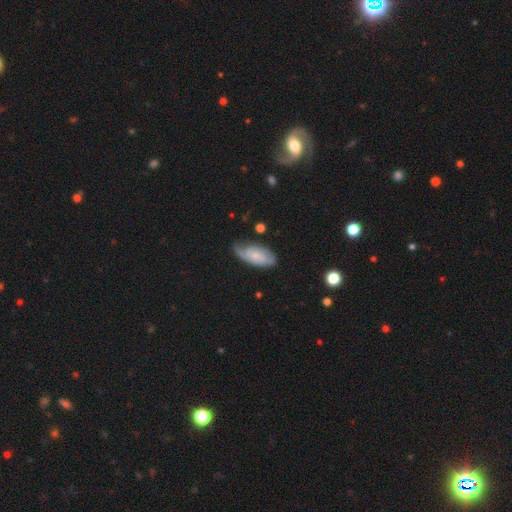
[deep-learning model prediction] The model was most divided on "smooth or featured": featured or disk: 53%, smooth: 41%, star or artifact: 6%. More confident: edge-on disk — no (91%); merging — none (58%).